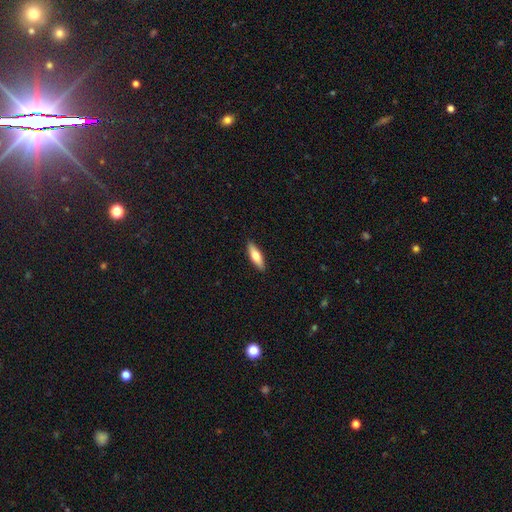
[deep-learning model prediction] smooth-or-featured: smooth: 66% | featured or disk: 29% | star or artifact: 5%
  how-rounded: cigar-shaped: 52% | in between: 46% | round: 2%
  merging: none: 91% | minor disturbance: 7% | major disturbance: 2% | merger: 1%